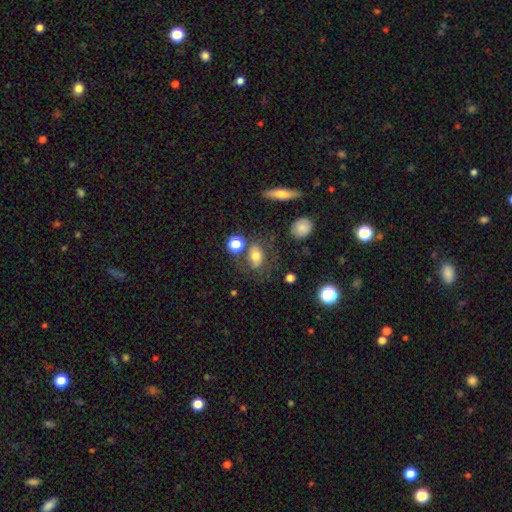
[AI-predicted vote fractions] Smooth or featured? smooth (64%)
How rounded? in between (69%)
Merging? none (58%)